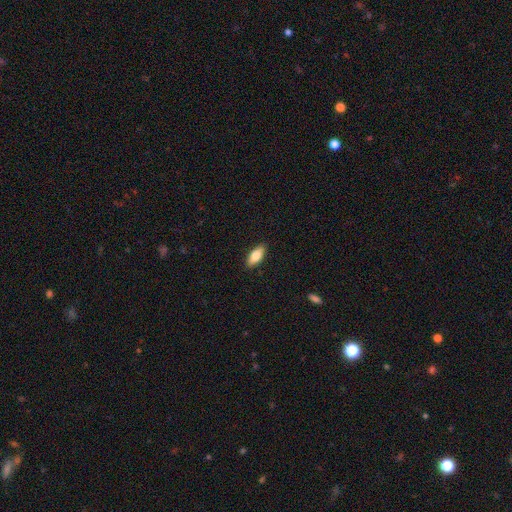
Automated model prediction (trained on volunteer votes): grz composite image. It shows a smooth galaxy with no disk features (77%) that is in between round and cigar-shaped (80%). Merging: none (89%).